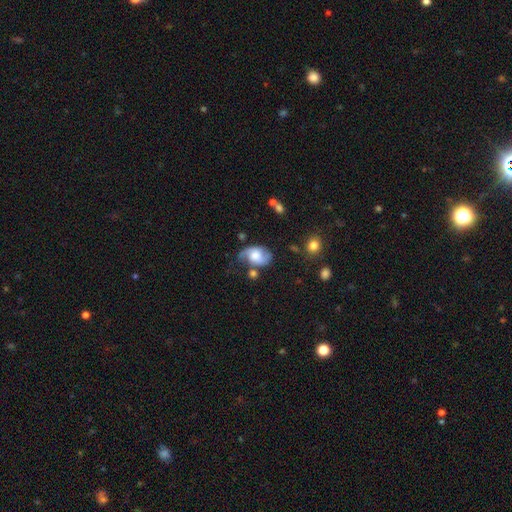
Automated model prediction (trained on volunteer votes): A featured or disk galaxy (61%) with no bar (64%), 2 (80%) medium (41%) spiral arms (88%) and a moderate central bulge (40%). Merging: none (47%).